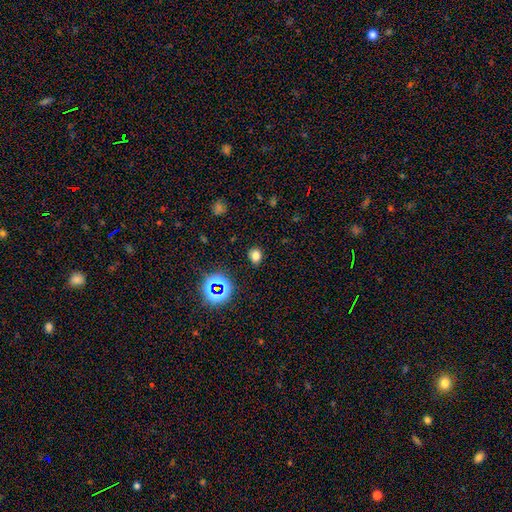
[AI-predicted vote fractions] Smooth or featured?
  - smooth: 72% *
  - star or artifact: 21%
  - featured or disk: 7%
How rounded?
  - round: 61% *
  - in between: 38%
  - cigar-shaped: 1%
Merging?
  - none: 86% *
  - minor disturbance: 9%
  - major disturbance: 3%
  - merger: 1%